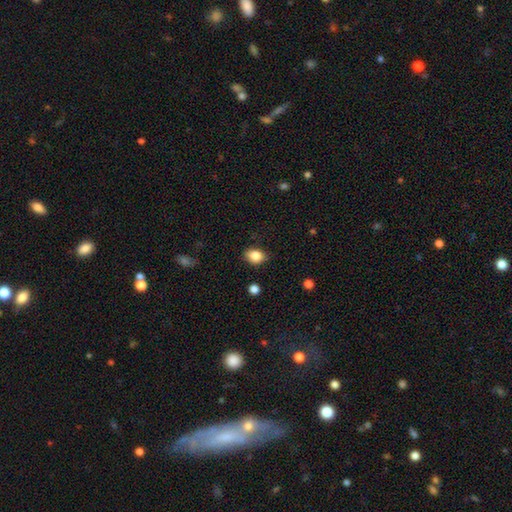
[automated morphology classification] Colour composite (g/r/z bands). It shows a smooth galaxy with no disk features (84%) that is in between round and cigar-shaped (67%). Merging: none (77%).